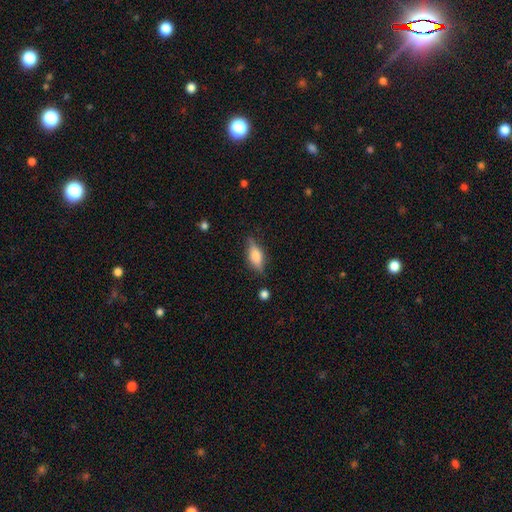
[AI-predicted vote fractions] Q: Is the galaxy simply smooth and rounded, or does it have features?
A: smooth — 56%.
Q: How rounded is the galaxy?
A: in between — 69%.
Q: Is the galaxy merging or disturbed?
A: none — 76%.